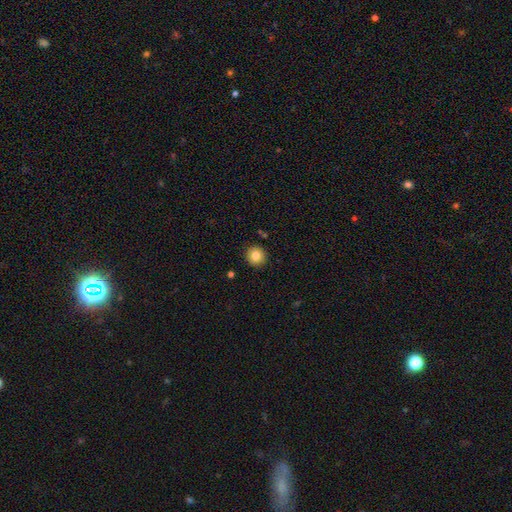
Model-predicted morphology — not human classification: Smooth or featured: smooth — 84% (star or artifact — 10%)
How rounded: round — 93% (in between — 6%)
Merging: none — 91% (minor disturbance — 6%)